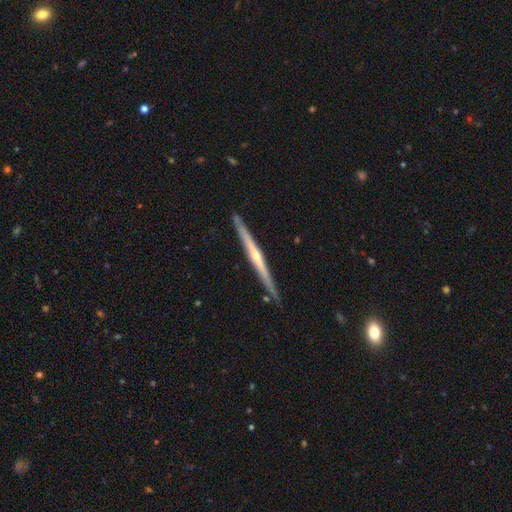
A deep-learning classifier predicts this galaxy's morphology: A featured or disk galaxy (80%) viewed edge-on (98%) with a rounded central bulge (71%). Merging: none (90%).